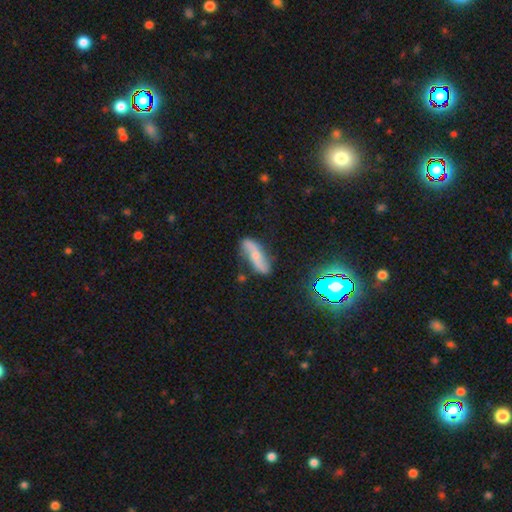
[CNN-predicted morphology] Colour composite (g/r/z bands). It shows a featured or disk galaxy (57%). Merging: none (67%).